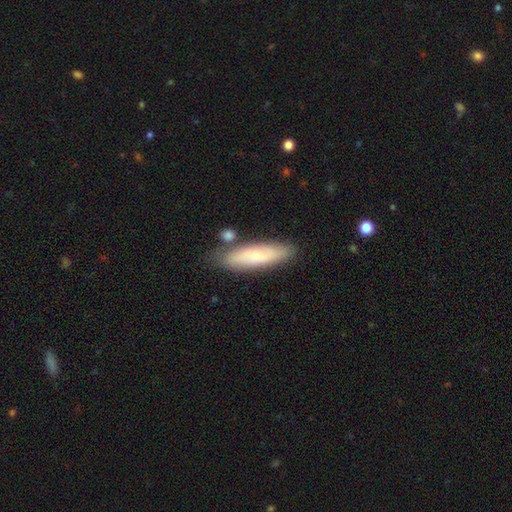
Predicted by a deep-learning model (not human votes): This is likely a smooth galaxy (62%). How rounded: likely cigar-shaped (63%). Merging: likely none (75%).